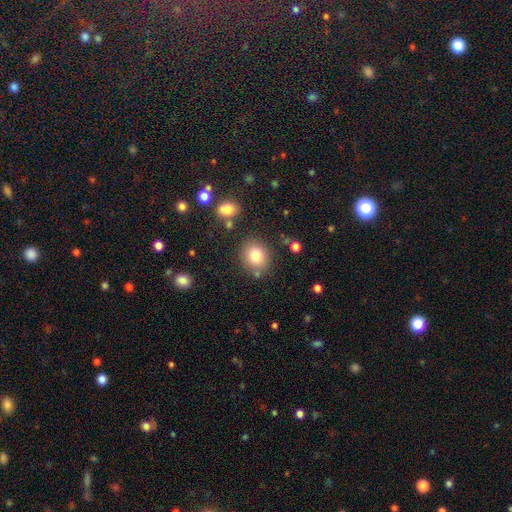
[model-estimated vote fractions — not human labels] Smooth or featured?
  - smooth: 79% *
  - star or artifact: 11%
  - featured or disk: 10%
How rounded?
  - round: 75% *
  - in between: 24%
  - cigar-shaped: 1%
Merging?
  - none: 80% *
  - minor disturbance: 10%
  - merger: 6%
  - major disturbance: 4%